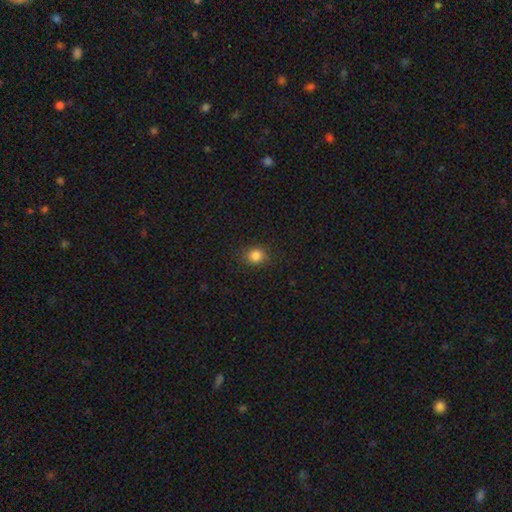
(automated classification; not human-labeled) Smooth or featured: smooth — 84% (star or artifact — 12%)
How rounded: round — 75% (in between — 24%)
Merging: none — 88% (minor disturbance — 8%)